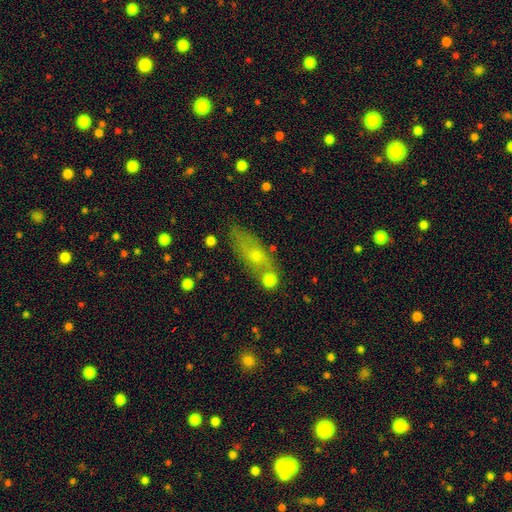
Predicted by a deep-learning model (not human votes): Smooth or featured?
  - smooth: 58% *
  - featured or disk: 29%
  - star or artifact: 14%
How rounded?
  - in between: 57% *
  - cigar-shaped: 35%
  - round: 8%
Merging?
  - none: 62% *
  - minor disturbance: 18%
  - merger: 13%
  - major disturbance: 7%